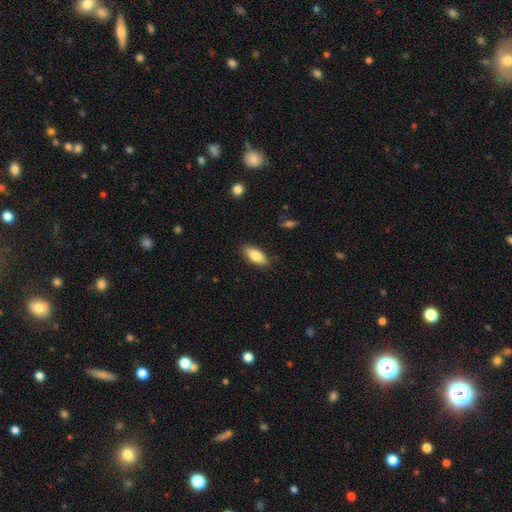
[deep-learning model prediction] The model was most divided on "how rounded": in between: 82%, cigar-shaped: 16%, round: 2%. More confident: merging — none (86%); smooth or featured — smooth (83%).